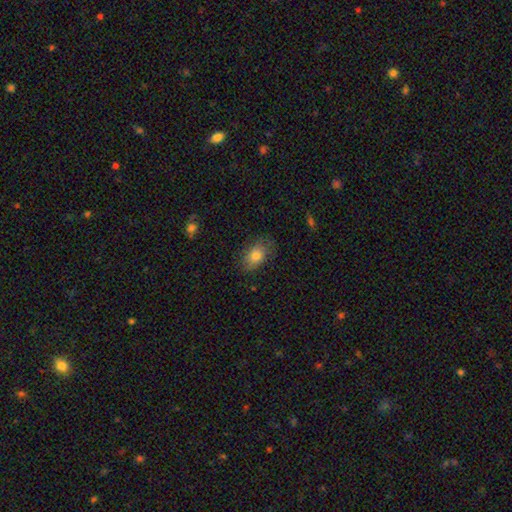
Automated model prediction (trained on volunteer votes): Smooth or featured? smooth (78%)
How rounded? in between (84%)
Merging? none (72%)